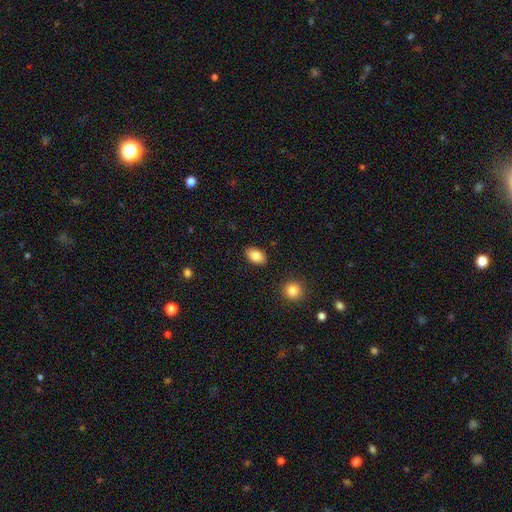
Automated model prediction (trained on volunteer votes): Smooth or featured?
  - smooth: 85% *
  - star or artifact: 8%
  - featured or disk: 8%
How rounded?
  - in between: 88% *
  - round: 11%
  - cigar-shaped: 1%
Merging?
  - none: 87% *
  - minor disturbance: 9%
  - major disturbance: 2%
  - merger: 2%